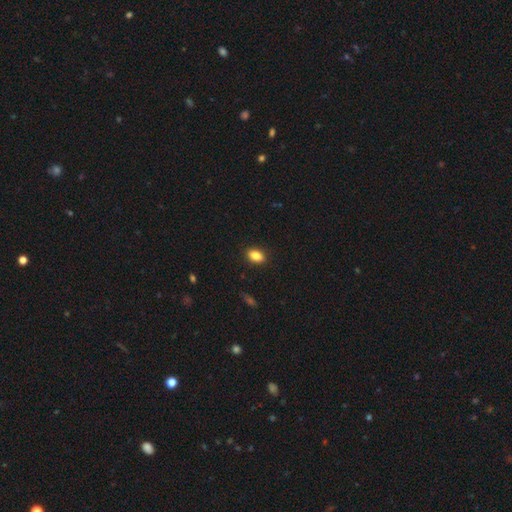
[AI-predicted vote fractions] smooth 86%, star or artifact 9%, featured or disk 5%. Down the decision tree: how rounded — in between (85%); merging — none (89%).